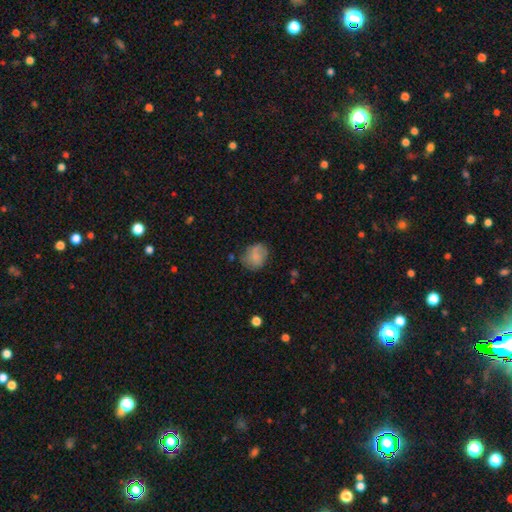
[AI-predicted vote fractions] Morphology: type=smooth (75%); roundness=round (54%); merging=none (60%).